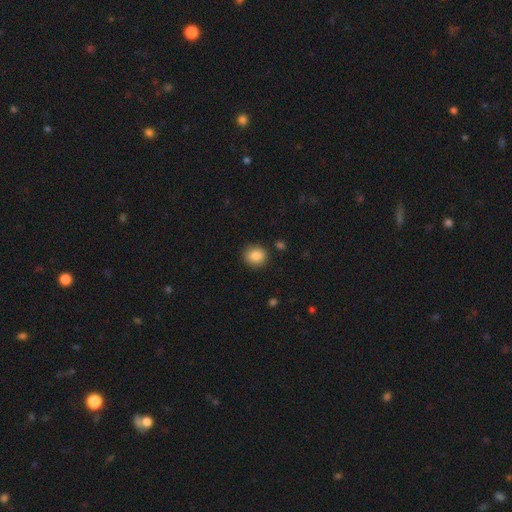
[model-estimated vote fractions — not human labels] A smooth galaxy with no disk features (87%) that is round (82%). Merging: none (87%).